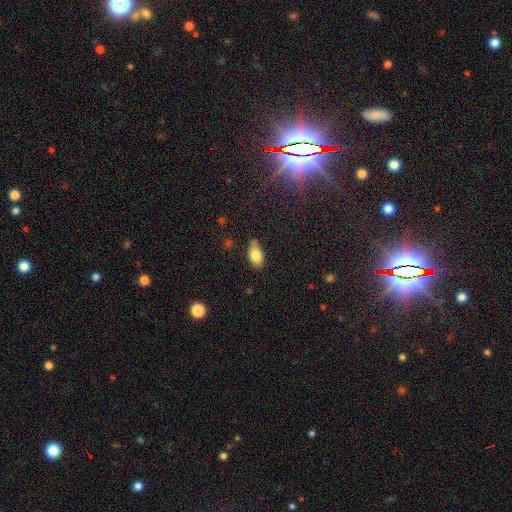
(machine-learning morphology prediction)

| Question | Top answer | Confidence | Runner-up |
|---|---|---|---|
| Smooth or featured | smooth | 81% | featured or disk (11%) |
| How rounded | in between | 91% | round (5%) |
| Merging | none | 66% | minor disturbance (27%) |